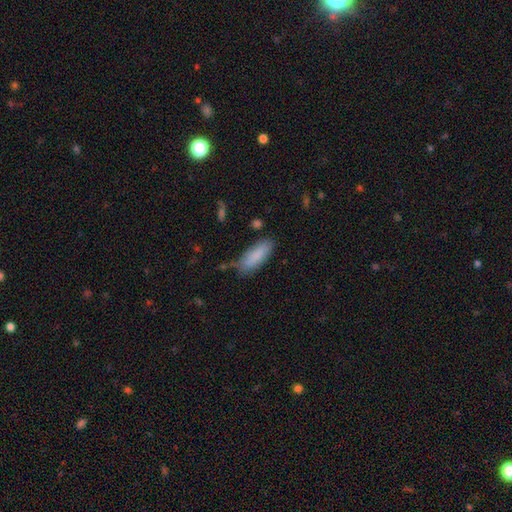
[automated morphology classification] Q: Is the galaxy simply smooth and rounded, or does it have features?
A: smooth — 86%.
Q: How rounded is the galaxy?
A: in between — 66%.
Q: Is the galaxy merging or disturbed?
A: none — 67%.